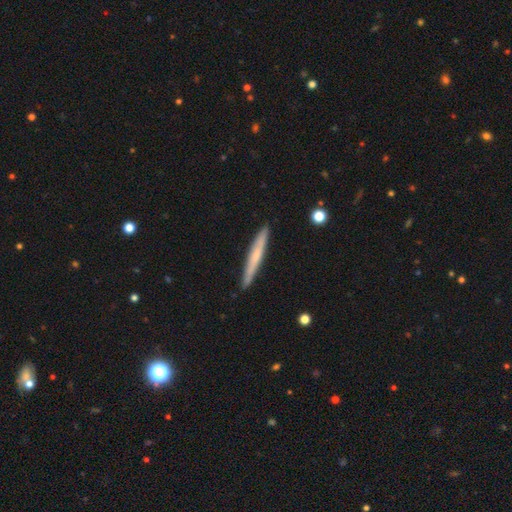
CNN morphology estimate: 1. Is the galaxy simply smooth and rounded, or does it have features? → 56% smooth, 39% featured or disk, 6% star or artifact.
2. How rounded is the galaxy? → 96% cigar-shaped, 3% in between, 1% round.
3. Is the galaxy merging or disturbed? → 90% none, 7% minor disturbance, 1% major disturbance, 1% merger.